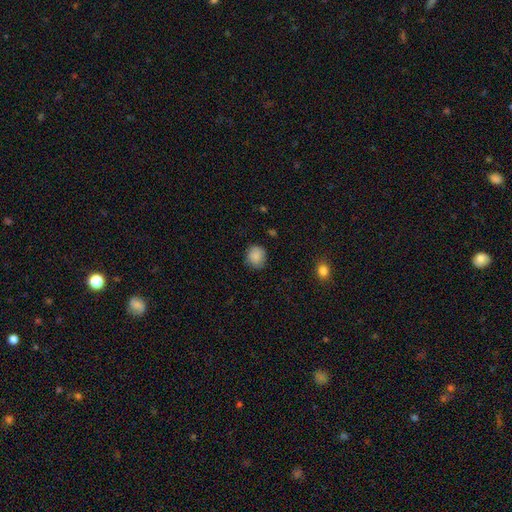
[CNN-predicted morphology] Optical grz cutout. It shows a smooth galaxy with no disk features (87%) that is round (79%). Merging: none (77%).